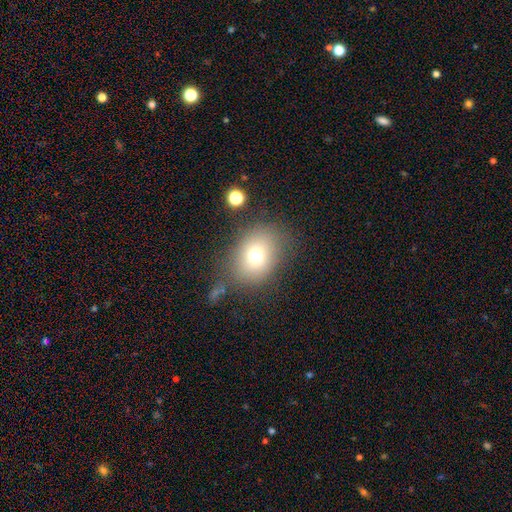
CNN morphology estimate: This appears to be a smooth galaxy with no disk features (73%) that is in between round and cigar-shaped (57%). Merging: none (72%).